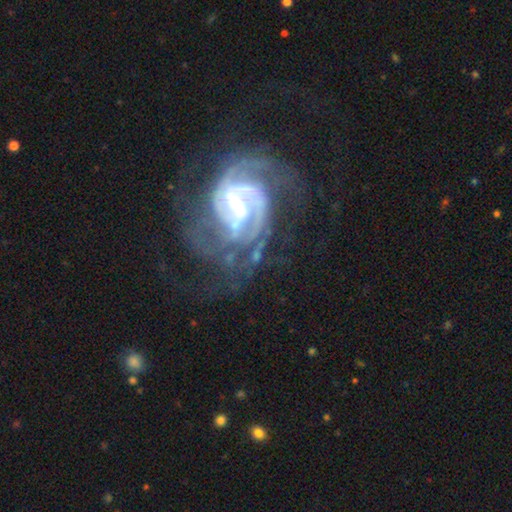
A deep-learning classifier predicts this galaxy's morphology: This is clearly a featured or disk galaxy (91%). It is clearly not viewed edge-on (98%). Bar: marginally weak (44%). Spiral arm pattern: clearly yes (98%). Spiral arm count: possibly 2 (46%). Spiral winding: possibly tight (53%). Central bulge: possibly small (55%). Merging: likely none (62%).